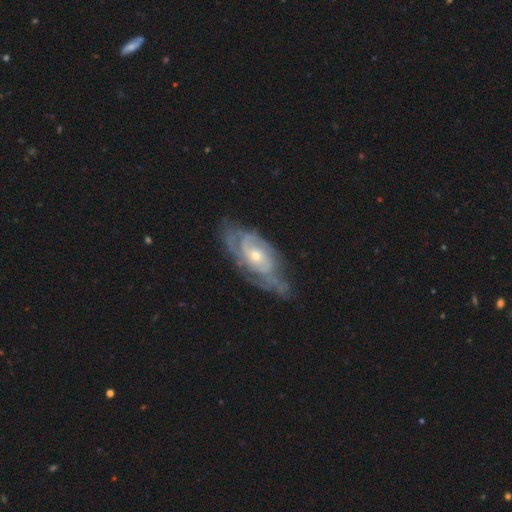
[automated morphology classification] Smooth or featured? Predicted: featured or disk (p=0.85). Edge-on disk? Predicted: no (p=0.93). Bar? Predicted: no (p=0.70). Spiral arms? Predicted: yes (p=0.93). Spiral winding? Predicted: tight (p=0.61). Spiral arm count? Predicted: 2 (p=0.35). Bulge size? Predicted: small (p=0.57). Merging? Predicted: none (p=0.60).